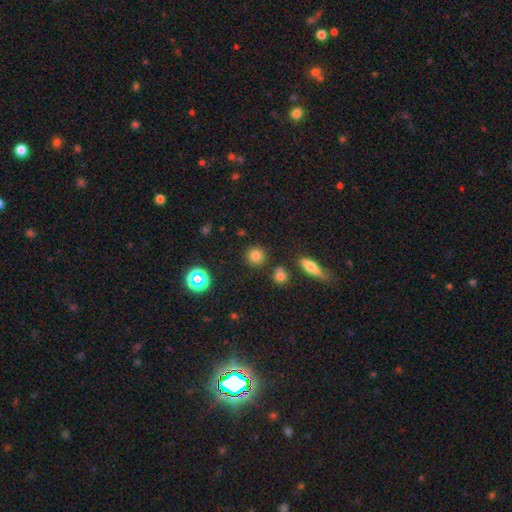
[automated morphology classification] A smooth galaxy with no disk features (79%) that is round (91%).

Vote fractions:
- Smooth or featured? smooth: 79% / star or artifact: 15% / featured or disk: 6%
- How rounded? round: 91% / in between: 8% / cigar-shaped: 1%
- Merging? none: 86% / minor disturbance: 7% / merger: 4% / major disturbance: 3%